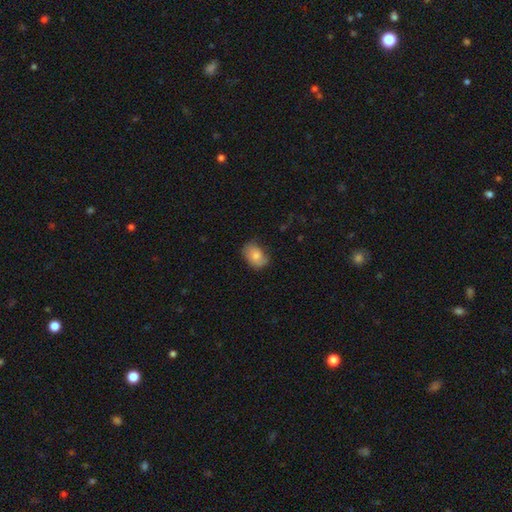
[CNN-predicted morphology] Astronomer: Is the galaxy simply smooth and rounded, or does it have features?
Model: smooth — 75%.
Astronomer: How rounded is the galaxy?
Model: in between — 80%.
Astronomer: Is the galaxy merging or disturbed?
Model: none — 64%.